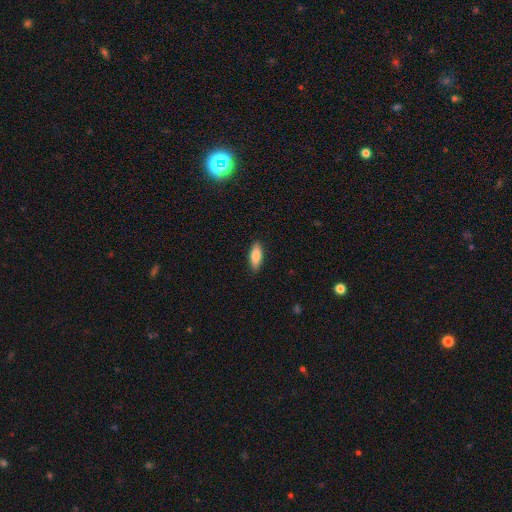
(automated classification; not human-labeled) smooth-or-featured: smooth: 82% | featured or disk: 12% | star or artifact: 6%
  how-rounded: in between: 73% | cigar-shaped: 25% | round: 2%
  merging: none: 88% | minor disturbance: 9% | major disturbance: 2% | merger: 1%